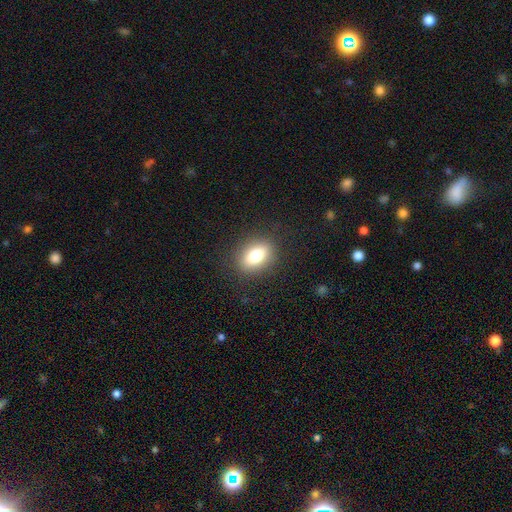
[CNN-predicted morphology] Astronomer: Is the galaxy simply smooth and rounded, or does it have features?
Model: smooth — 78%.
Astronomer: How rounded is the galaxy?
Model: in between — 76%.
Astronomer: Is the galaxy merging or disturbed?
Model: none — 86%.